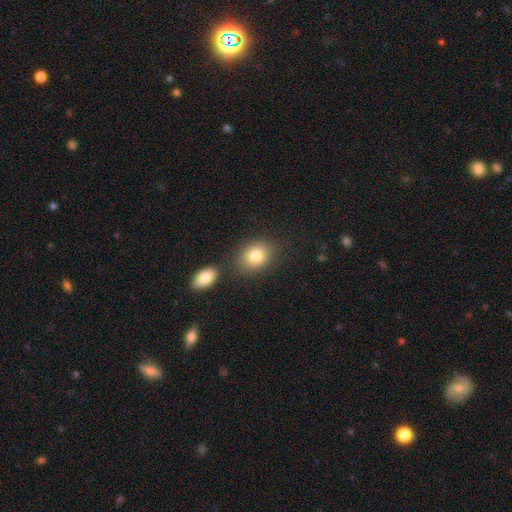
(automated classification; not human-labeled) This is clearly a smooth galaxy (82%). How rounded: possibly in between (56%). Merging: likely none (73%).